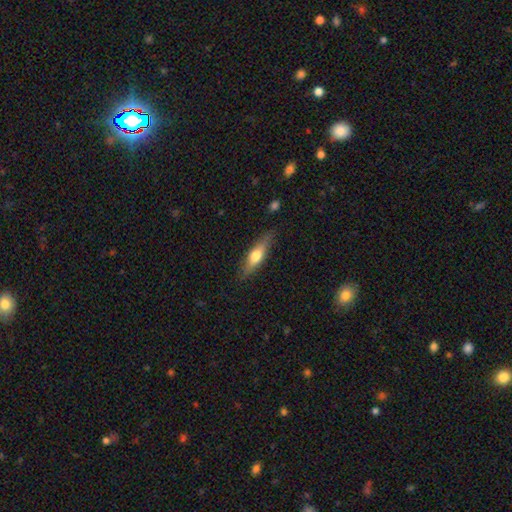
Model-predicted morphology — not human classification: The model was most divided on "smooth or featured": smooth: 54%, featured or disk: 40%, star or artifact: 6%. More confident: merging — none (82%); how rounded — cigar-shaped (65%).